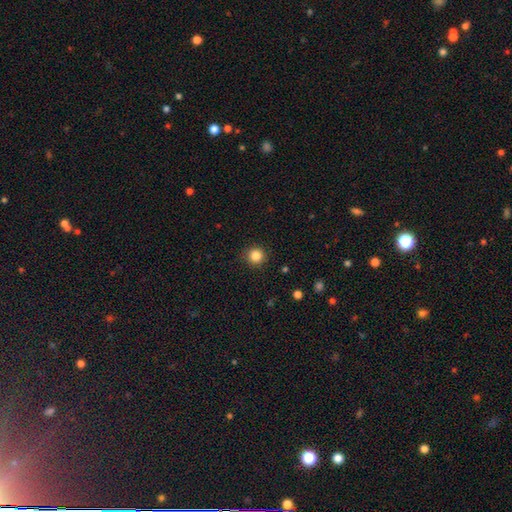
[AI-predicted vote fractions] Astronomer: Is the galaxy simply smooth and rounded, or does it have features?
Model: smooth — 85%.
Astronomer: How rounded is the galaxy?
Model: round — 94%.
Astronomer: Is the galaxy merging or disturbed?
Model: none — 90%.